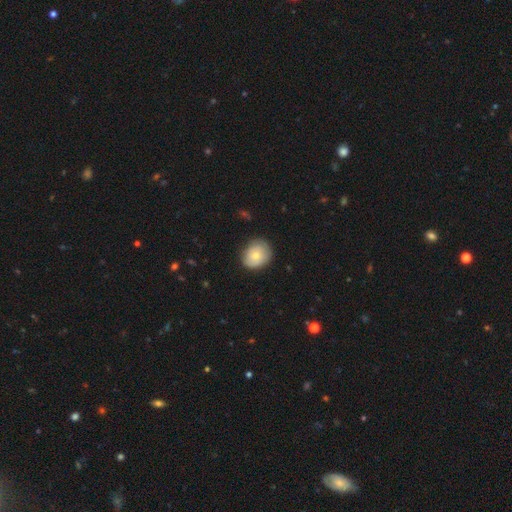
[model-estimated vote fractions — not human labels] A smooth galaxy with no disk features (71%) that is round (64%). Merging: none (76%).